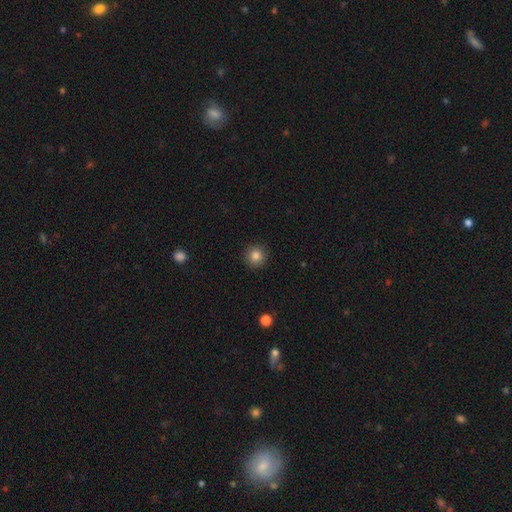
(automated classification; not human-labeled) A smooth galaxy with no disk features (84%) that is round (95%).

Vote fractions:
- Smooth or featured? smooth: 84% / star or artifact: 11% / featured or disk: 5%
- How rounded? round: 95% / in between: 4% / cigar-shaped: 1%
- Merging? none: 92% / minor disturbance: 5% / major disturbance: 2% / merger: 1%